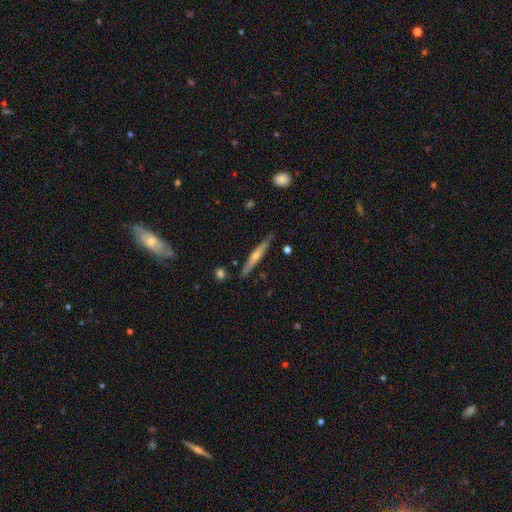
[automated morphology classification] A featured or disk galaxy (61%) viewed edge-on (96%) with a rounded central bulge (71%).

Vote fractions:
- Smooth or featured? featured or disk: 61% / smooth: 32% / star or artifact: 6%
- Edge-on disk? yes: 96% / no: 4%
- Edge-on bulge? rounded: 71% / none: 24% / boxy: 5%
- Merging? none: 87% / minor disturbance: 10% / merger: 2% / major disturbance: 2%